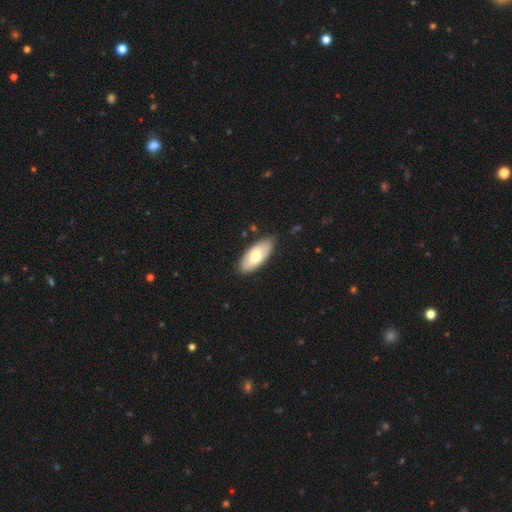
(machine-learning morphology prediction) Smooth or featured? Predicted: smooth (p=0.66). How rounded? Predicted: in between (p=0.90). Merging? Predicted: none (p=0.84).